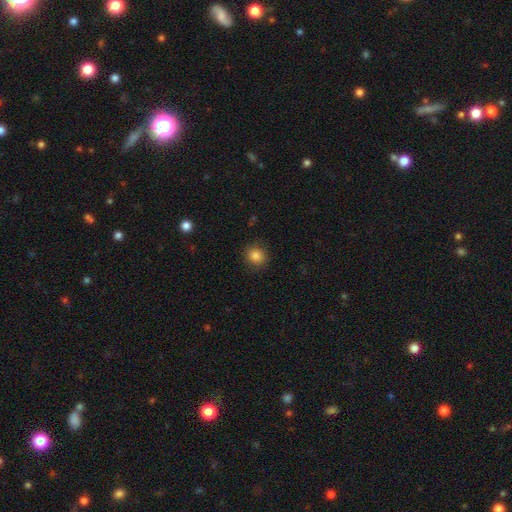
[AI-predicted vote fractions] This appears to be a smooth galaxy with no disk features (84%) that is round (86%). Merging: none (88%).